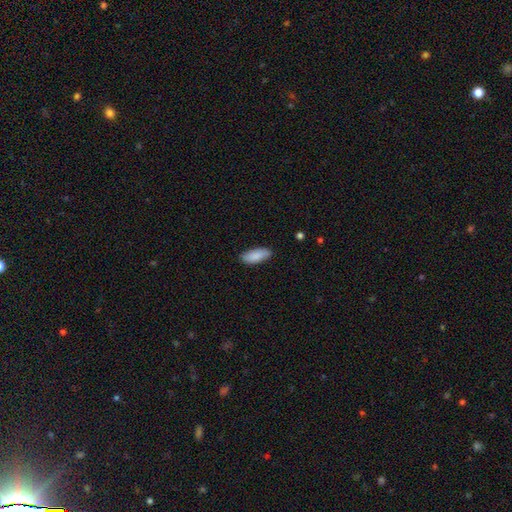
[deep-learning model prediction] Smooth or featured?
  - smooth: 89% *
  - featured or disk: 6%
  - star or artifact: 5%
How rounded?
  - in between: 77% *
  - cigar-shaped: 21%
  - round: 2%
Merging?
  - none: 87% *
  - minor disturbance: 10%
  - major disturbance: 2%
  - merger: 1%